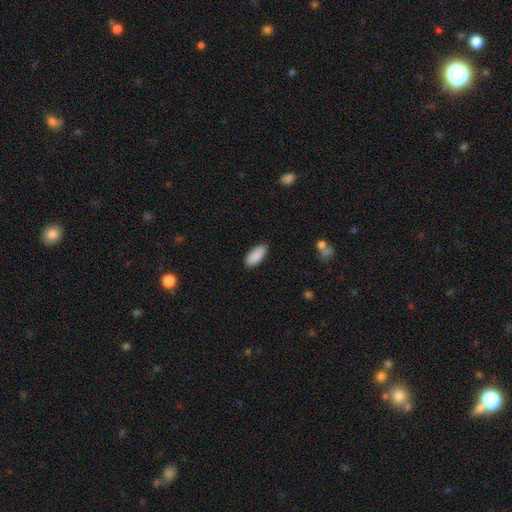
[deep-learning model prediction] Overall: smooth (90%). How rounded: in between (89%). Merging: none (86%).